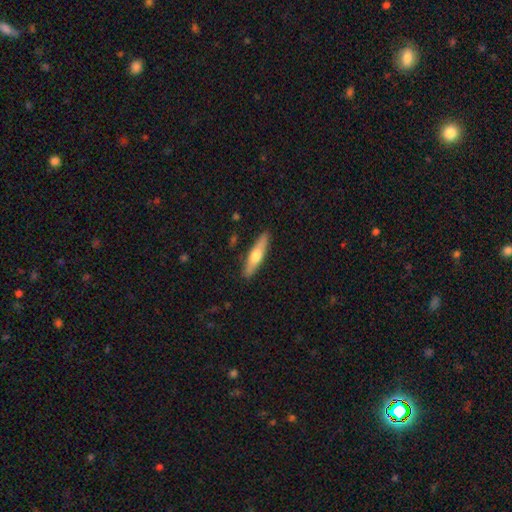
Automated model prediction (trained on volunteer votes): smooth_or_featured: smooth (p=0.53) [alt: featured or disk p=0.42]
how_rounded: cigar-shaped (p=0.79) [alt: in between p=0.19]
merging: none (p=0.89) [alt: minor disturbance p=0.08]